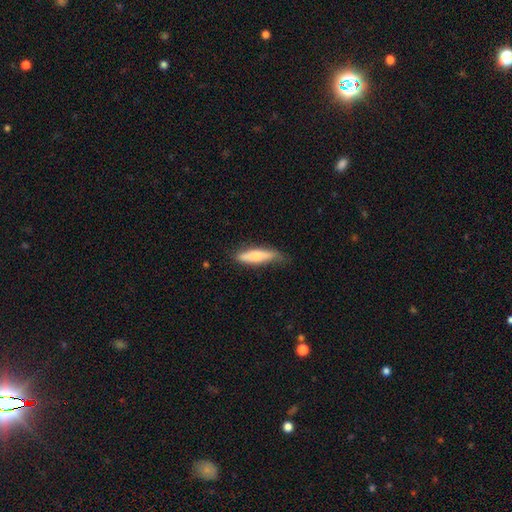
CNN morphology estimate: This is likely a smooth galaxy (65%). How rounded: likely cigar-shaped (67%). Merging: likely none (67%).